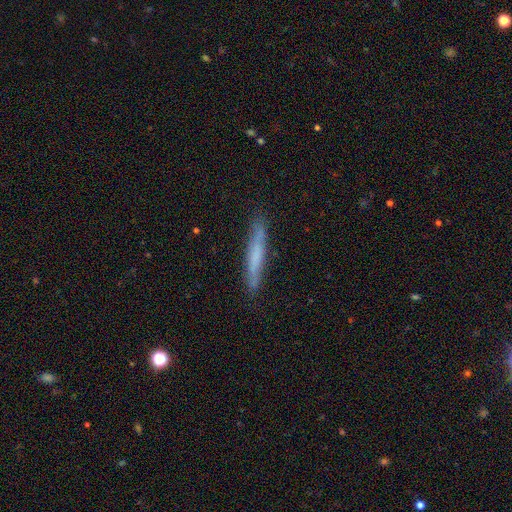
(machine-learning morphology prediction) This is possibly a smooth galaxy (56%). How rounded: clearly cigar-shaped (95%). Merging: clearly none (86%).